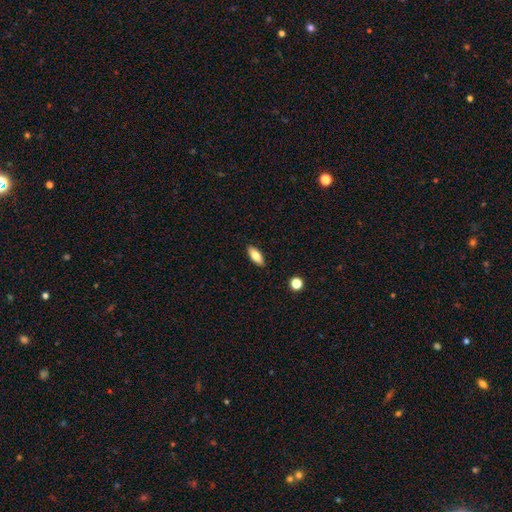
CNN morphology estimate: Overall: smooth (78%). How rounded: in between (78%). Merging: none (89%).